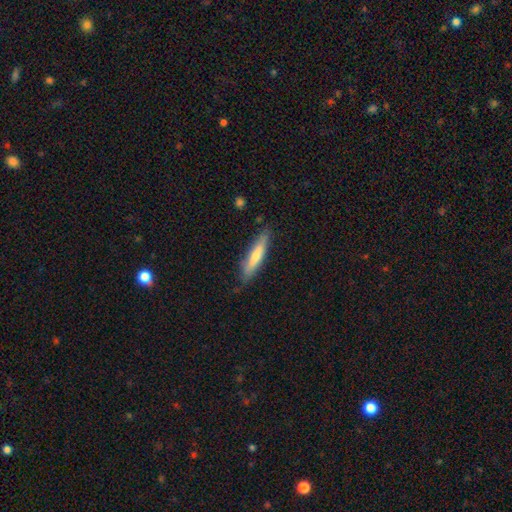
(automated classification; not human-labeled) smooth_or_featured: smooth (p=0.56) [alt: featured or disk p=0.38]
how_rounded: cigar-shaped (p=0.89) [alt: in between p=0.10]
merging: none (p=0.84) [alt: minor disturbance p=0.13]